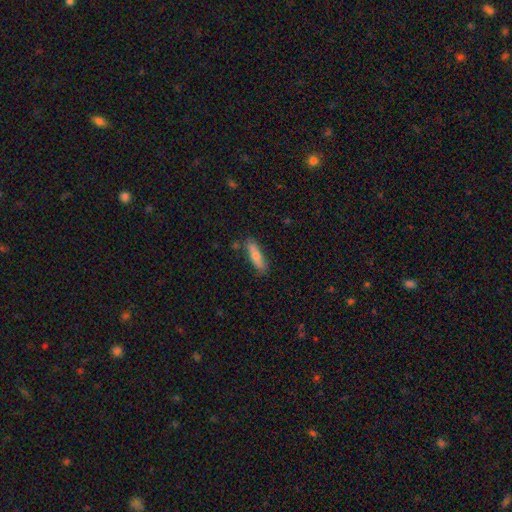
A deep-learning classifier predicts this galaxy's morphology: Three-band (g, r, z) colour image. It shows a smooth galaxy with no disk features (72%) that is cigar-shaped (67%). Merging: none (77%).